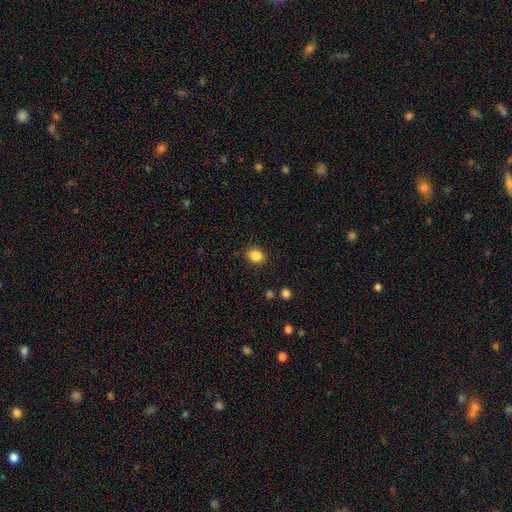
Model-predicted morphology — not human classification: This appears to be a smooth galaxy with no disk features (86%) that is round (61%). Merging: none (88%).